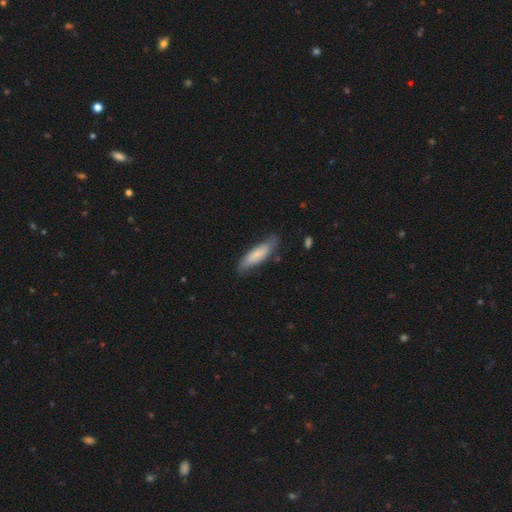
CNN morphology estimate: Smooth or featured? Predicted: smooth (p=0.74). How rounded? Predicted: cigar-shaped (p=0.65). Merging? Predicted: none (p=0.73).